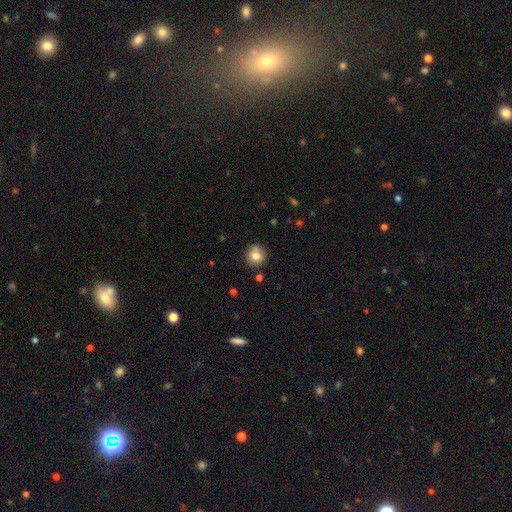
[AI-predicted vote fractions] smooth 79%, featured or disk 11%, star or artifact 10%. Down the decision tree: how rounded — round (90%); merging — none (80%).